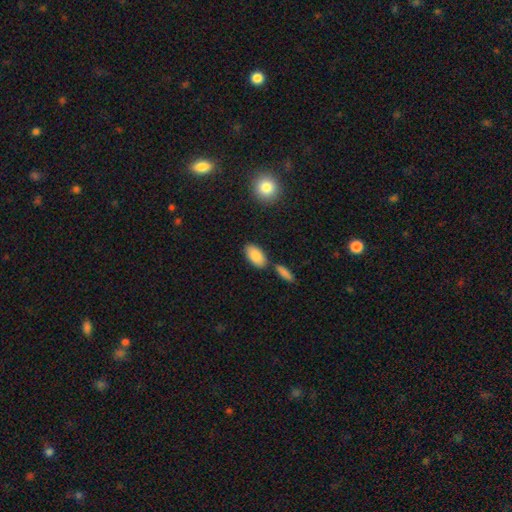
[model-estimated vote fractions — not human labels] Morphology: type=smooth (86%); roundness=in between (93%); merging=none (76%).